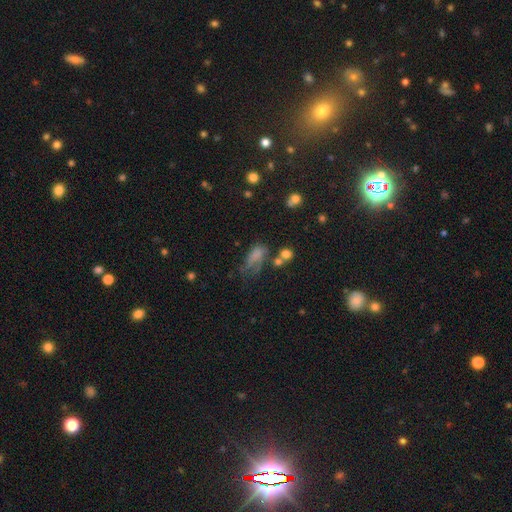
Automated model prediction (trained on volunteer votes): smooth_or_featured: smooth (p=0.61) [alt: featured or disk p=0.23]
how_rounded: in between (p=0.79) [alt: round p=0.11]
merging: major disturbance (p=0.40) [alt: minor disturbance p=0.25]